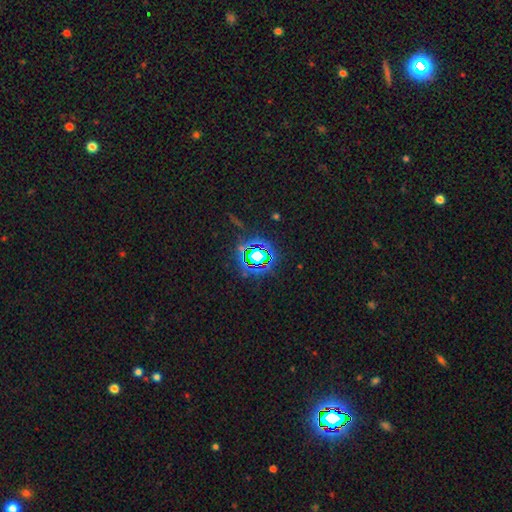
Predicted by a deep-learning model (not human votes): Q: Smooth or featured?
A: star or artifact (73%); runner-up: smooth (16%)